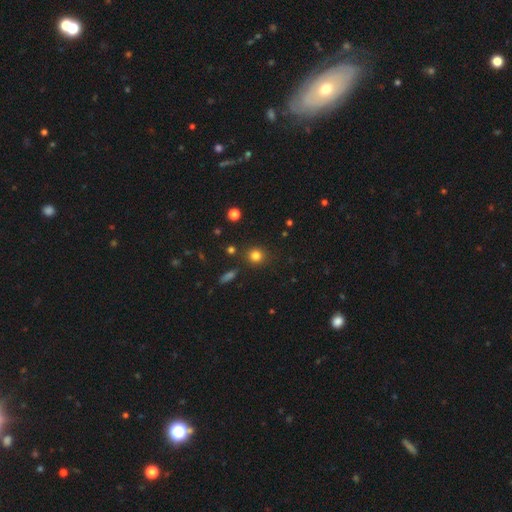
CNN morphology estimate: Smooth or featured?
  - smooth: 81% *
  - star or artifact: 13%
  - featured or disk: 6%
How rounded?
  - round: 88% *
  - in between: 11%
  - cigar-shaped: 1%
Merging?
  - none: 87% *
  - minor disturbance: 8%
  - merger: 3%
  - major disturbance: 3%